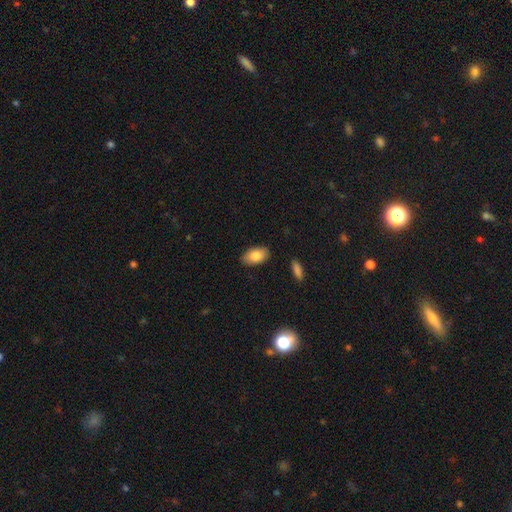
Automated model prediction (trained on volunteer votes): This is clearly a smooth galaxy (85%). How rounded: clearly in between (94%). Merging: clearly none (85%).